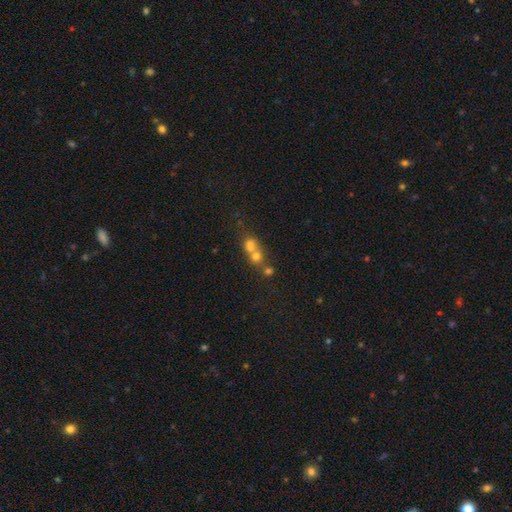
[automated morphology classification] Smooth or featured? Predicted: smooth (p=0.53). How rounded? Predicted: round (p=0.71). Merging? Predicted: merger (p=0.60).